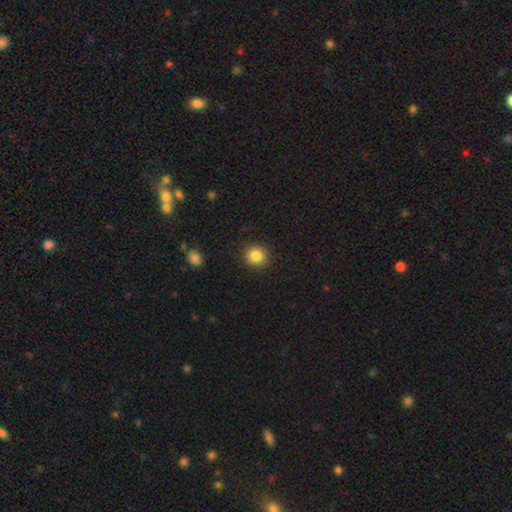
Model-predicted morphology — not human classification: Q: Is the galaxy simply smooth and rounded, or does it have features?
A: smooth — 86%.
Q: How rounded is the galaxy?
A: round — 91%.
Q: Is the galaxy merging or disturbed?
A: none — 90%.